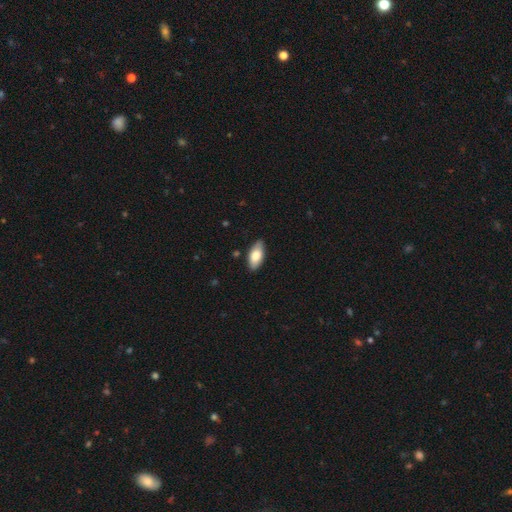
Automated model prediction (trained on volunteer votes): This appears to be a smooth galaxy with no disk features (76%) that is in between round and cigar-shaped (91%). Merging: none (85%).